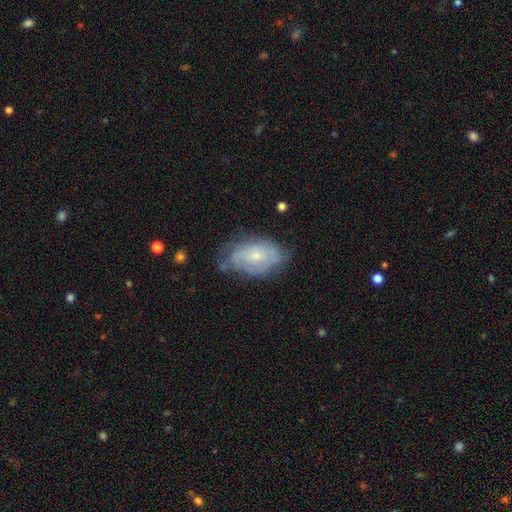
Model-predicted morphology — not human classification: Smooth or featured?
  - featured or disk: 65% *
  - smooth: 29%
  - star or artifact: 7%
Edge-on disk?
  - no: 95% *
  - yes: 5%
Bar?
  - no: 76% *
  - weak: 21%
  - strong: 3%
Spiral arms?
  - yes: 79% *
  - no: 21%
Bulge size?
  - small: 66% *
  - moderate: 28%
  - none: 3%
  - large: 2%
  - dominant: 1%
Merging?
  - none: 58% *
  - minor disturbance: 29%
  - major disturbance: 11%
  - merger: 2%